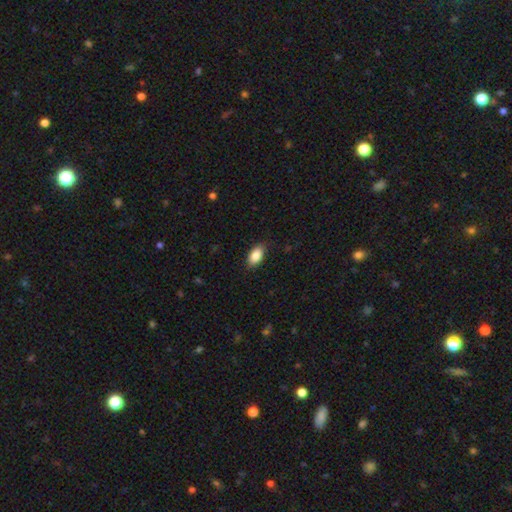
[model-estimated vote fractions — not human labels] smooth 87%, star or artifact 7%, featured or disk 6%. Down the decision tree: how rounded — in between (92%); merging — none (83%).